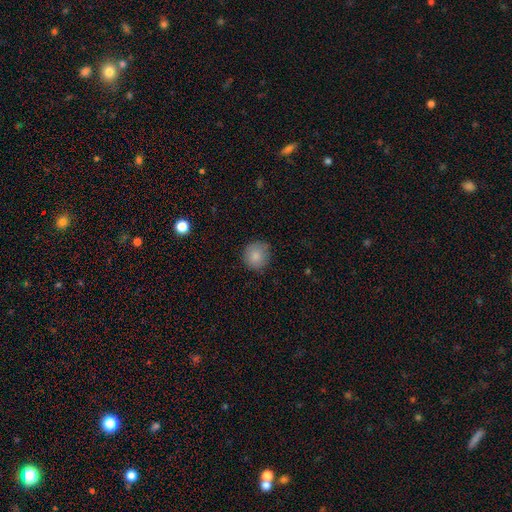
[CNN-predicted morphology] Smooth or featured? smooth (85%)
How rounded? round (93%)
Merging? none (82%)